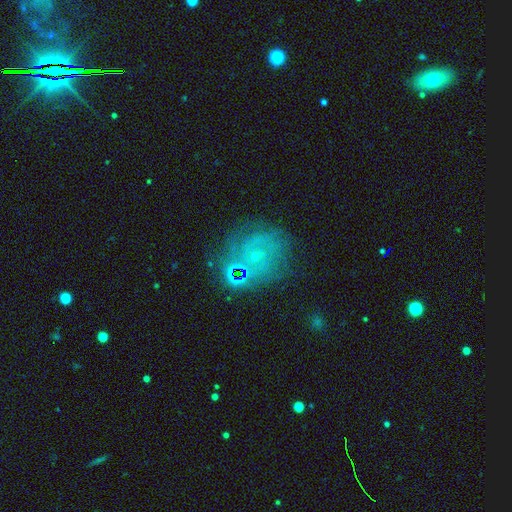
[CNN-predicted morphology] This appears to be a featured or disk galaxy (63%) with no bar (71%), spiral arms (79%) and a small central bulge (77%). Merging: none (65%).